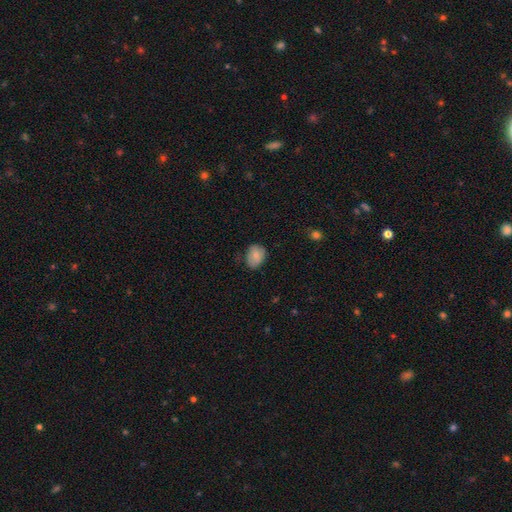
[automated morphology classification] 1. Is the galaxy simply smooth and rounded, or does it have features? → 79% smooth, 14% featured or disk, 8% star or artifact.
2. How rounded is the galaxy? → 63% in between, 36% round, 1% cigar-shaped.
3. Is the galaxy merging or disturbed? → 69% none, 25% minor disturbance, 5% major disturbance, 1% merger.